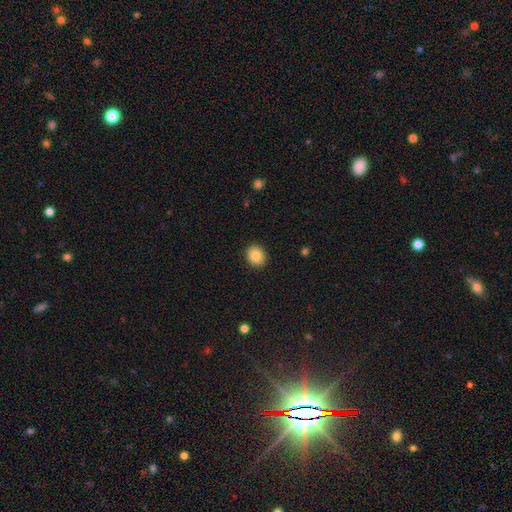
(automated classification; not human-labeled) Smooth or featured?
  - smooth: 86% *
  - star or artifact: 8%
  - featured or disk: 6%
How rounded?
  - round: 68% *
  - in between: 31%
  - cigar-shaped: 1%
Merging?
  - none: 91% *
  - minor disturbance: 7%
  - major disturbance: 2%
  - merger: 1%